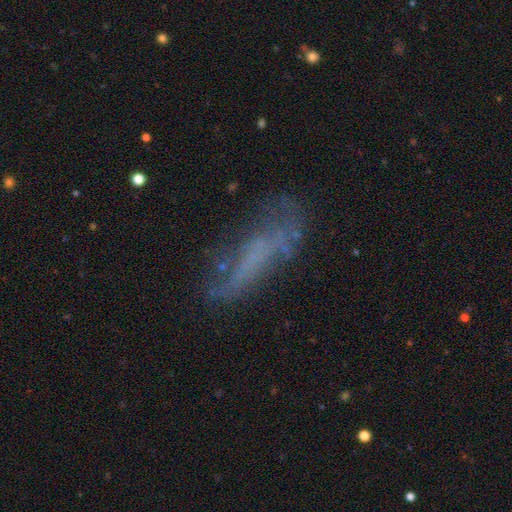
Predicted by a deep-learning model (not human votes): This is possibly a featured or disk galaxy (49%). Merging: possibly none (46%).